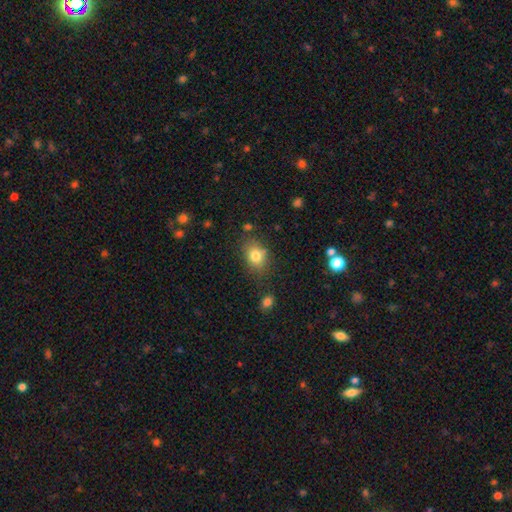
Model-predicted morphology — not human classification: Smooth or featured? smooth (80%)
How rounded? in between (65%)
Merging? none (74%)